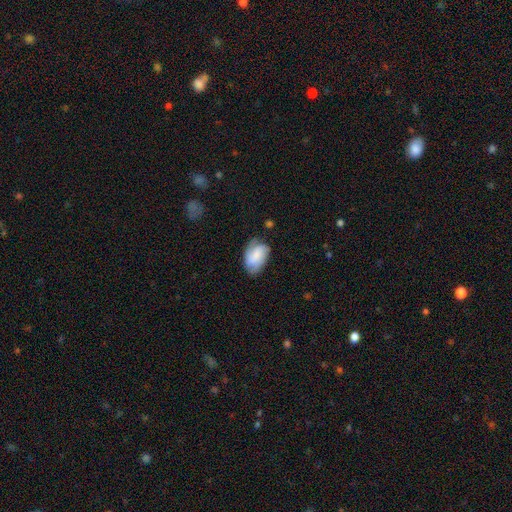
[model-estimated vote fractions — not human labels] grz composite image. It shows a smooth galaxy with no disk features (66%) that is in between round and cigar-shaped (90%). Merging: none (52%).